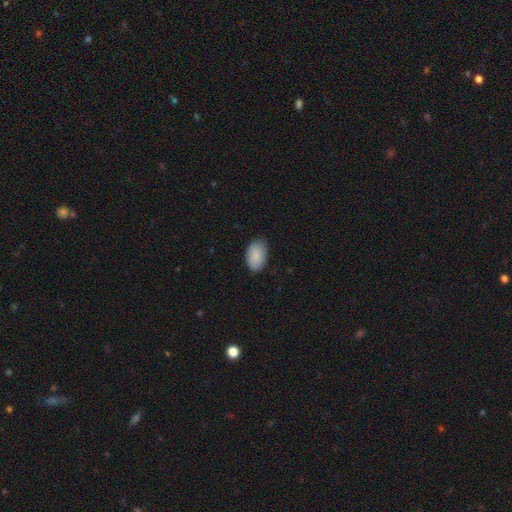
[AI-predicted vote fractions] smooth_or_featured: smooth (p=0.89) [alt: star or artifact p=0.06]
how_rounded: in between (p=0.94) [alt: round p=0.05]
merging: none (p=0.80) [alt: minor disturbance p=0.16]